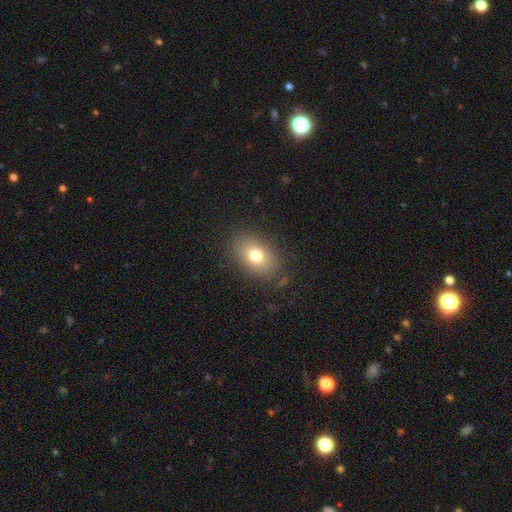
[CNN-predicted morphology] smooth 77%, featured or disk 12%, star or artifact 10%. Down the decision tree: how rounded — in between (79%); merging — none (84%).